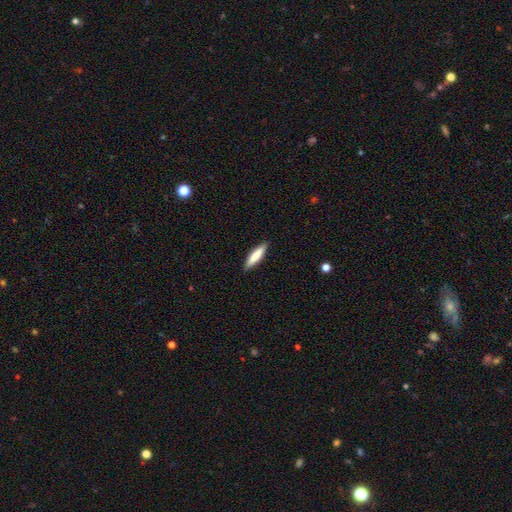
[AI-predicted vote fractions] This is likely a smooth galaxy (80%). How rounded: likely cigar-shaped (70%). Merging: clearly none (89%).